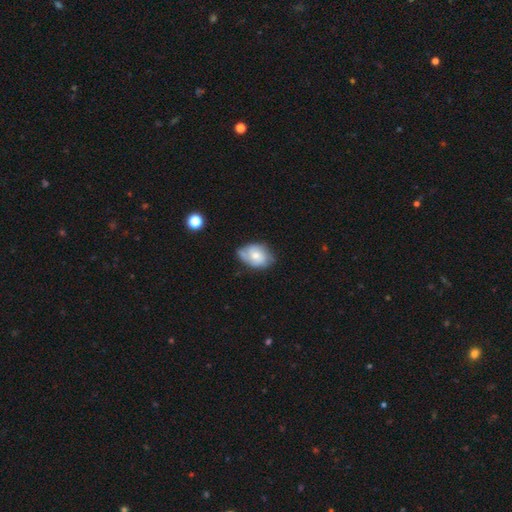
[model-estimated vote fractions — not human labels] A featured or disk galaxy (47%).

Vote fractions:
- Smooth or featured? featured or disk: 47% / smooth: 45% / star or artifact: 7%
- Merging? none: 55% / minor disturbance: 34% / major disturbance: 8% / merger: 3%